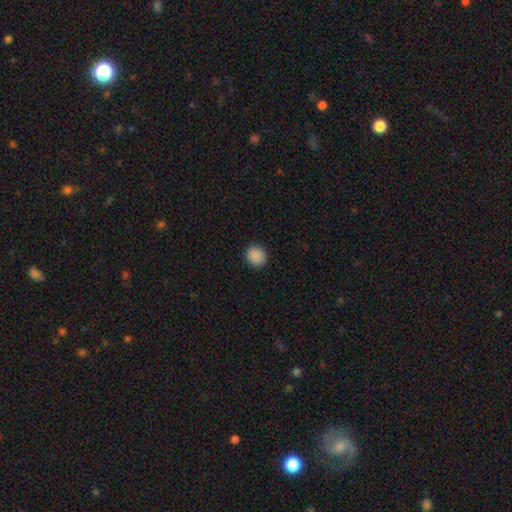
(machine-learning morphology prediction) A smooth galaxy with no disk features (89%) that is round (84%).

Vote fractions:
- Smooth or featured? smooth: 89% / star or artifact: 8% / featured or disk: 2%
- How rounded? round: 84% / in between: 15% / cigar-shaped: 1%
- Merging? none: 92% / minor disturbance: 6% / major disturbance: 2% / merger: 1%